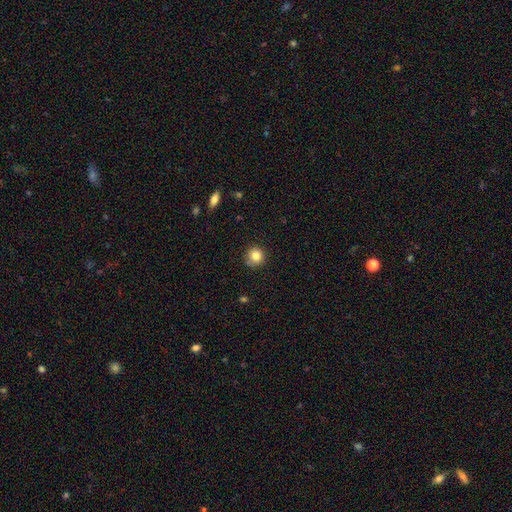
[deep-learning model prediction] smooth 82%, star or artifact 11%, featured or disk 7%. Down the decision tree: how rounded — round (91%); merging — none (80%).